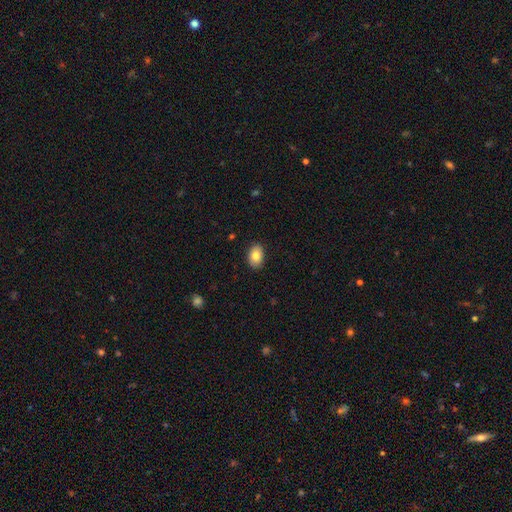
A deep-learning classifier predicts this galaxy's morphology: type=smooth (82%); roundness=in between (83%); merging=none (89%).